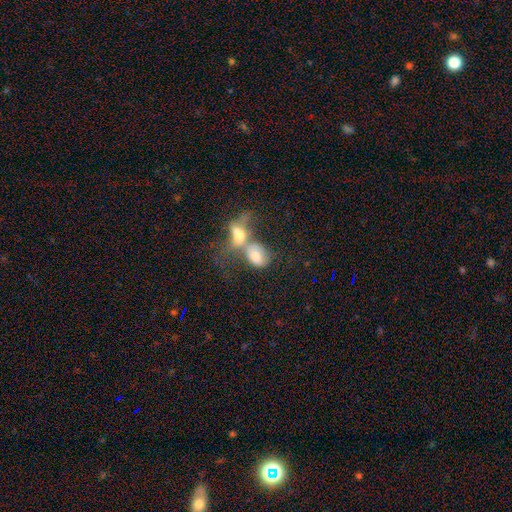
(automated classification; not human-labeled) Q: Smooth or featured?
A: smooth (66%); runner-up: featured or disk (24%)
Q: How rounded?
A: in between (73%); runner-up: round (24%)
Q: Merging?
A: merger (72%); runner-up: none (13%)